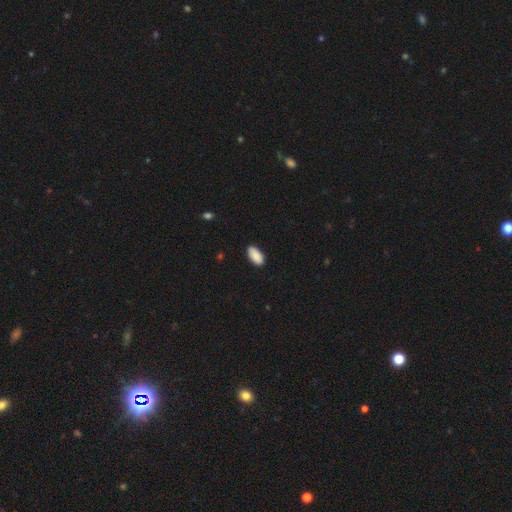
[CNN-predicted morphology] Smooth or featured?
  - smooth: 90% *
  - star or artifact: 6%
  - featured or disk: 4%
How rounded?
  - in between: 95% *
  - cigar-shaped: 3%
  - round: 2%
Merging?
  - none: 86% *
  - minor disturbance: 11%
  - major disturbance: 2%
  - merger: 1%